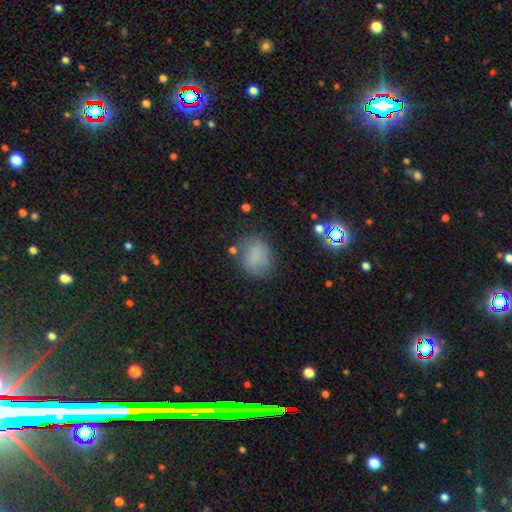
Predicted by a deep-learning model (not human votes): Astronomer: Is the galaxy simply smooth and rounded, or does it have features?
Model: smooth — 69%.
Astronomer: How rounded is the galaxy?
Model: round — 54% (runner-up: in between, 45%).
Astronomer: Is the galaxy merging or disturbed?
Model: none — 63%.